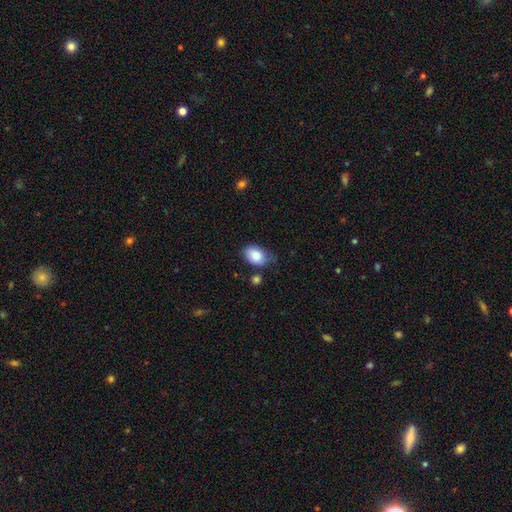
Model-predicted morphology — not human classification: type=smooth (85%); roundness=in between (84%); merging=none (59%).